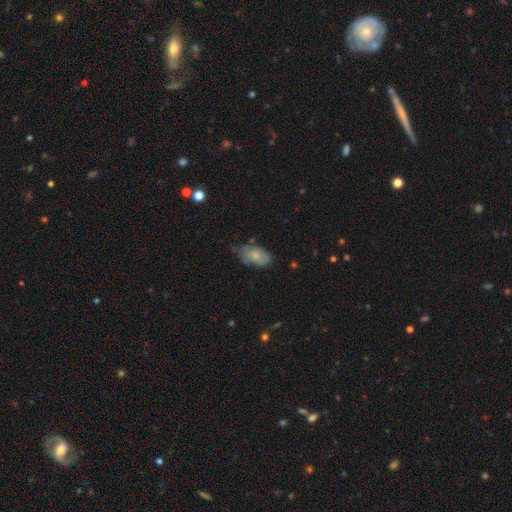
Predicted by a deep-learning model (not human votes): Morphology: type=smooth (72%); roundness=in between (91%); merging=none (43%).